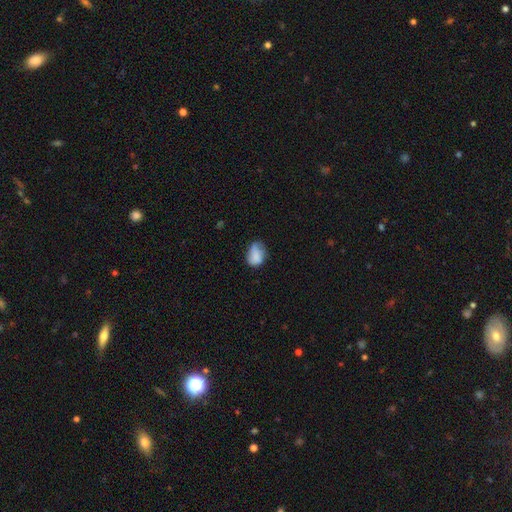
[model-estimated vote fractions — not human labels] A smooth galaxy with no disk features (76%) that is in between round and cigar-shaped (70%).

Vote fractions:
- Smooth or featured? smooth: 76% / featured or disk: 15% / star or artifact: 8%
- How rounded? in between: 70% / round: 29% / cigar-shaped: 1%
- Merging? none: 45% / minor disturbance: 38% / major disturbance: 15% / merger: 3%